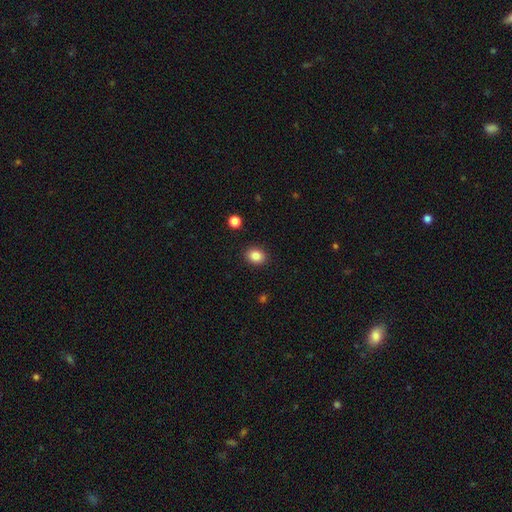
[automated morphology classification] smooth_or_featured: smooth (p=0.86) [alt: star or artifact p=0.10]
how_rounded: in between (p=0.52) [alt: round p=0.47]
merging: none (p=0.90) [alt: minor disturbance p=0.07]